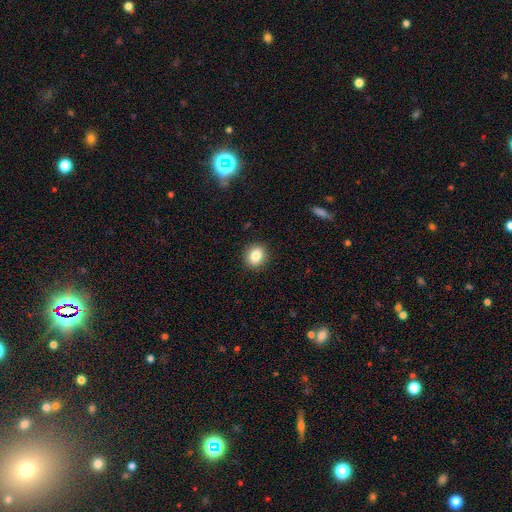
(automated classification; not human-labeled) Q: Smooth or featured?
A: smooth (84%); runner-up: star or artifact (10%)
Q: How rounded?
A: round (69%); runner-up: in between (30%)
Q: Merging?
A: none (90%); runner-up: minor disturbance (7%)